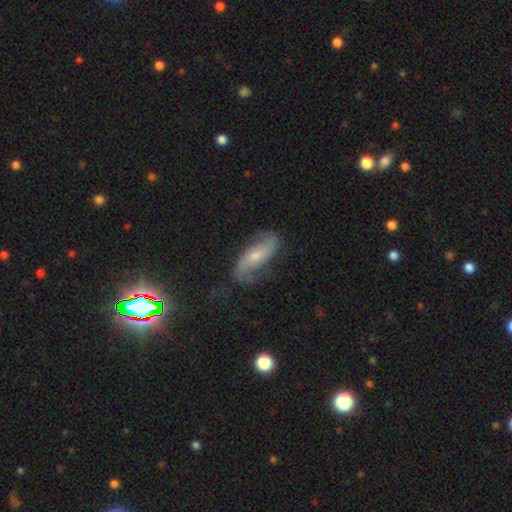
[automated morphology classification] Smooth or featured?
  - featured or disk: 73% *
  - smooth: 17%
  - star or artifact: 10%
Edge-on disk?
  - no: 91% *
  - yes: 9%
Bar?
  - no: 50% *
  - weak: 32%
  - strong: 18%
Spiral arms?
  - yes: 93% *
  - no: 7%
Spiral winding?
  - loose: 57% *
  - medium: 30%
  - tight: 12%
Spiral arm count?
  - 2: 89% *
  - can't tell: 6%
  - 1: 2%
  - 3: 1%
  - 4: 1%
  - more than 4: 1%
Bulge size?
  - small: 56% *
  - moderate: 37%
  - none: 3%
  - large: 3%
  - dominant: 1%
Merging?
  - none: 71% *
  - minor disturbance: 19%
  - major disturbance: 8%
  - merger: 2%